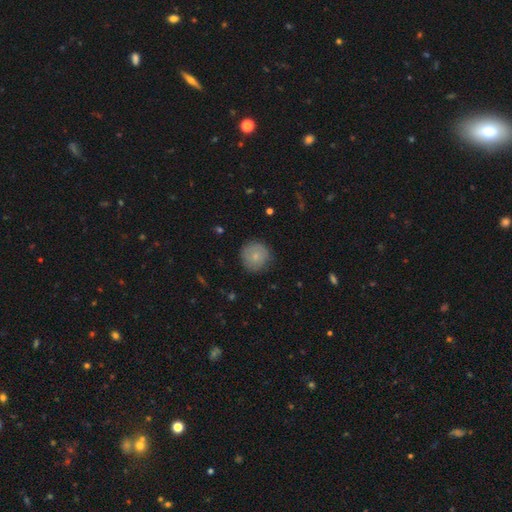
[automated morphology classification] This appears to be a smooth galaxy with no disk features (75%) that is round (94%). Merging: none (83%).